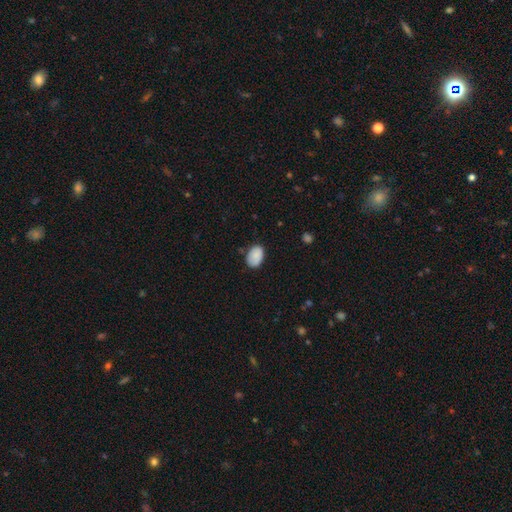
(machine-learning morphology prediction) Smooth or featured: smooth — 87% (star or artifact — 7%)
How rounded: in between — 86% (round — 13%)
Merging: none — 75% (minor disturbance — 20%)